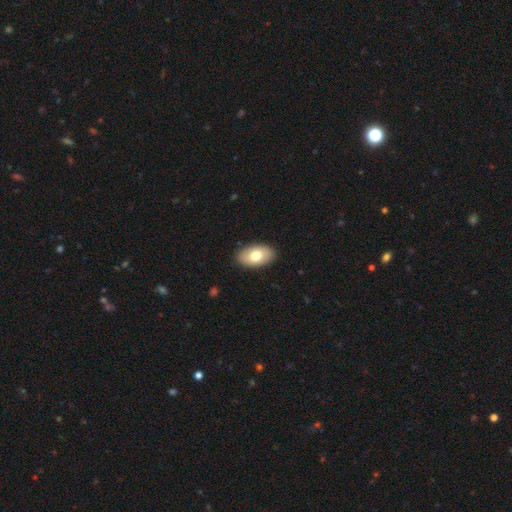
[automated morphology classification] Smooth or featured? Predicted: smooth (p=0.74). How rounded? Predicted: in between (p=0.93). Merging? Predicted: none (p=0.89).